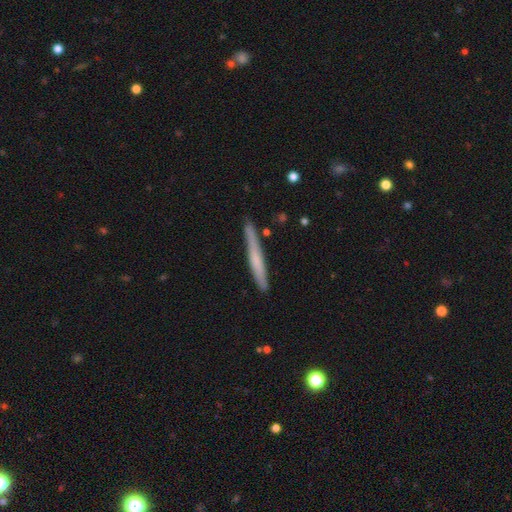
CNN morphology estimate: smooth_or_featured: smooth (p=0.48) [alt: featured or disk p=0.46]
merging: none (p=0.86) [alt: minor disturbance p=0.11]